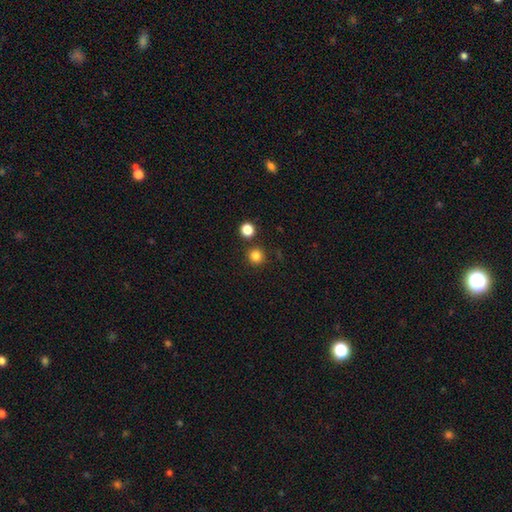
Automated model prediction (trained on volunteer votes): Smooth or featured? smooth (83%)
How rounded? round (94%)
Merging? none (85%)